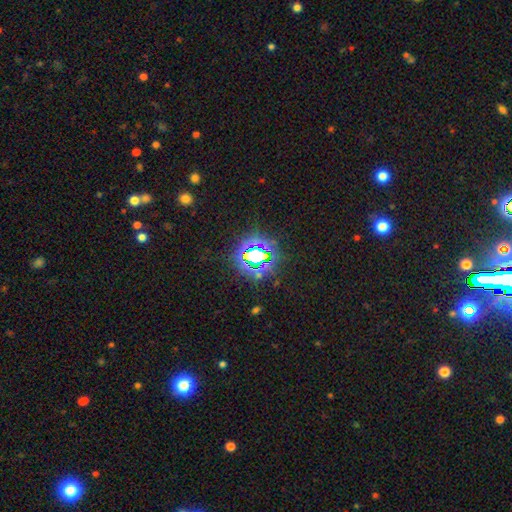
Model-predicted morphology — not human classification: Smooth or featured? Predicted: star or artifact (p=0.71).